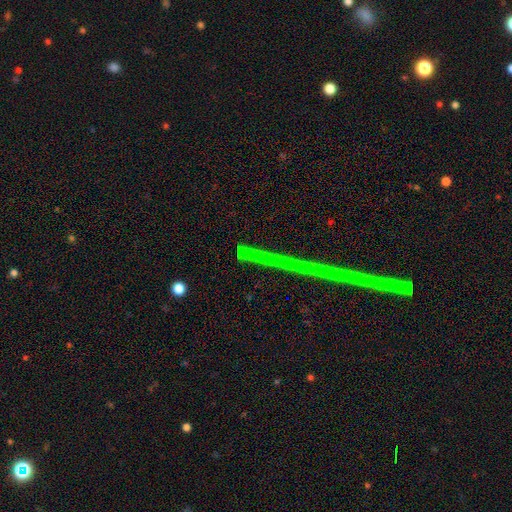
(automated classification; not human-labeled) Smooth or featured?
  - star or artifact: 78% *
  - featured or disk: 12%
  - smooth: 10%